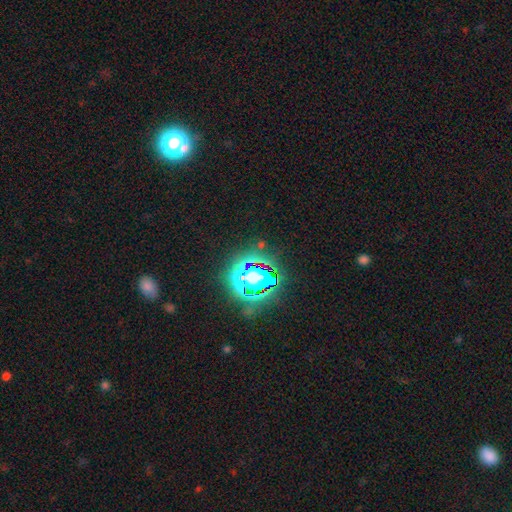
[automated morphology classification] The model was most divided on "smooth or featured": star or artifact: 79%, smooth: 13%, featured or disk: 8%.